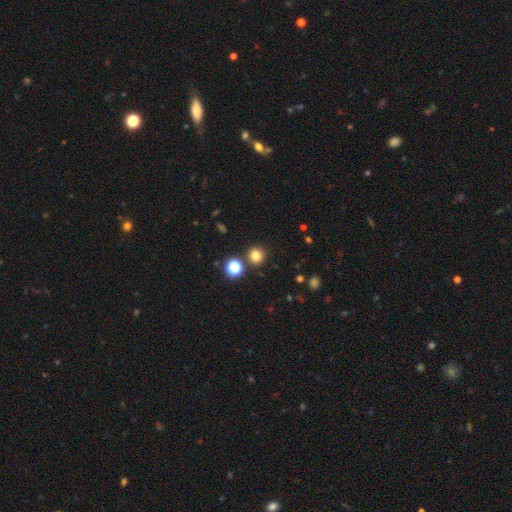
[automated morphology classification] type=smooth (78%); roundness=round (93%); merging=none (86%).